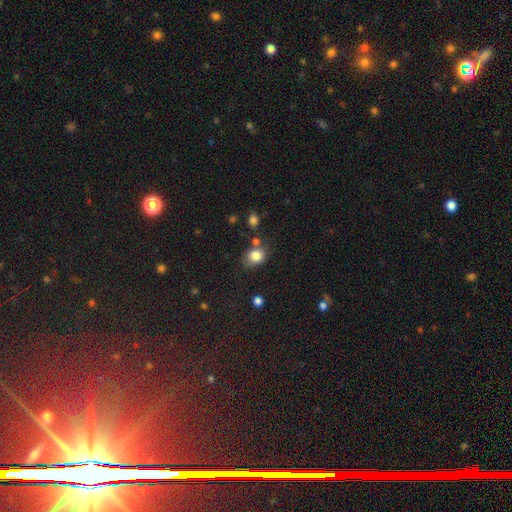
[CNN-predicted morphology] Overall: smooth (82%). How rounded: round (54%; in between 45%). Merging: none (67%).